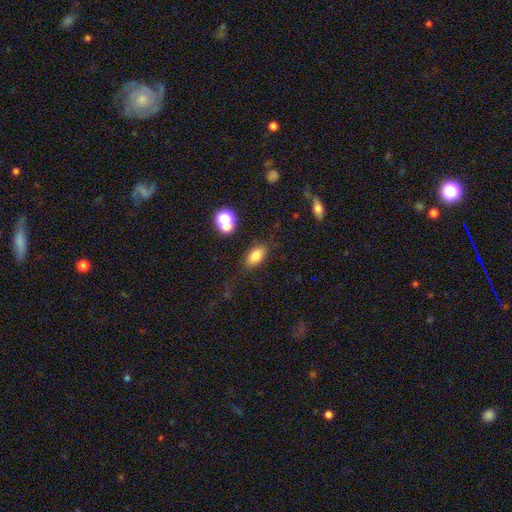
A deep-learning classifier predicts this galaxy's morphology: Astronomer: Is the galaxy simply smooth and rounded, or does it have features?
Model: smooth — 79%.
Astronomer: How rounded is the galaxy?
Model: in between — 87%.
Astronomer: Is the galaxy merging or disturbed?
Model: none — 80%.